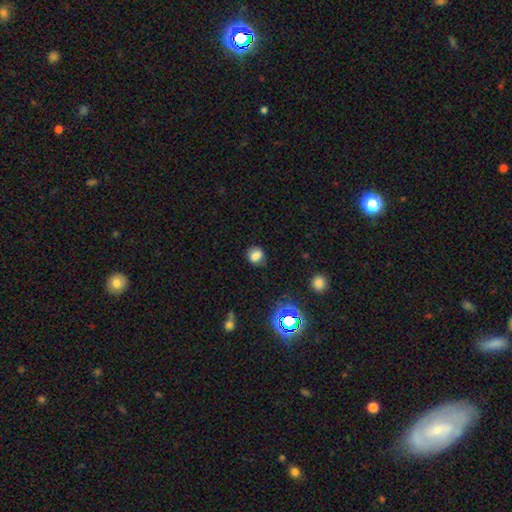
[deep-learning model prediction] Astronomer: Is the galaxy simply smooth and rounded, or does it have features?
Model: smooth — 76%.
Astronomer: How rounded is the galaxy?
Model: round — 65%.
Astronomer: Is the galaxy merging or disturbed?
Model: none — 79%.